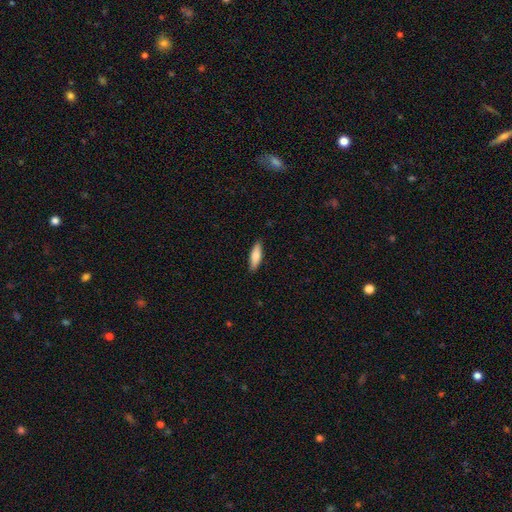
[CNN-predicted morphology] smooth_or_featured: smooth (p=0.78) [alt: featured or disk p=0.16]
how_rounded: cigar-shaped (p=0.54) [alt: in between p=0.44]
merging: none (p=0.88) [alt: minor disturbance p=0.09]